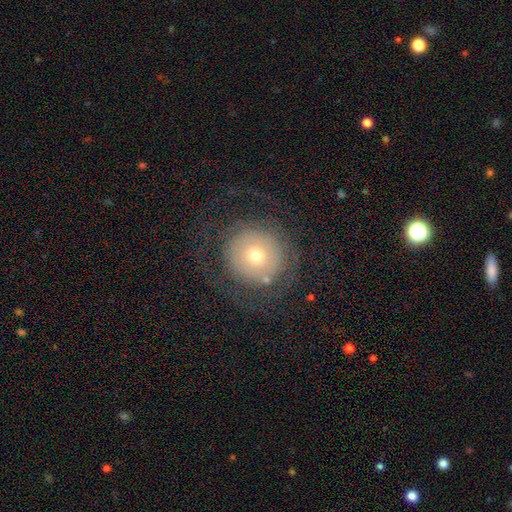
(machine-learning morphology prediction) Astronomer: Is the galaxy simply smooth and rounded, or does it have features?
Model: smooth — 50% (runner-up: featured or disk, 39%).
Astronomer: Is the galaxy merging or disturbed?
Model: none — 74%.